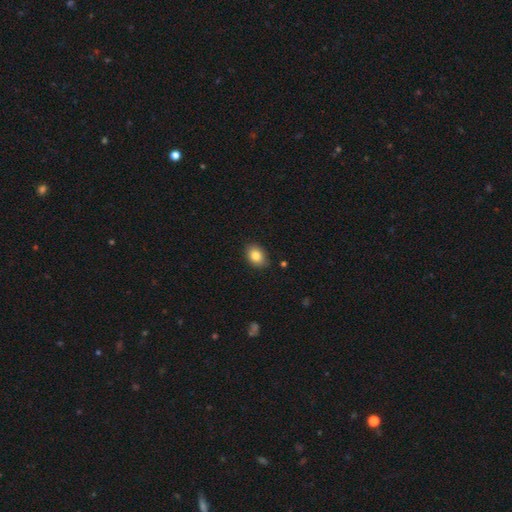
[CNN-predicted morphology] Smooth or featured: smooth — 85% (star or artifact — 8%)
How rounded: in between — 72% (round — 27%)
Merging: none — 84% (minor disturbance — 12%)